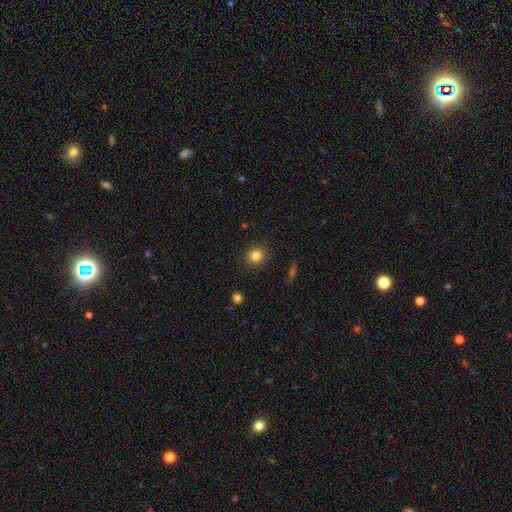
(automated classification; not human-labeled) smooth-or-featured: smooth: 82% | star or artifact: 12% | featured or disk: 6%
  how-rounded: round: 87% | in between: 12% | cigar-shaped: 1%
  merging: none: 90% | minor disturbance: 6% | major disturbance: 2% | merger: 1%